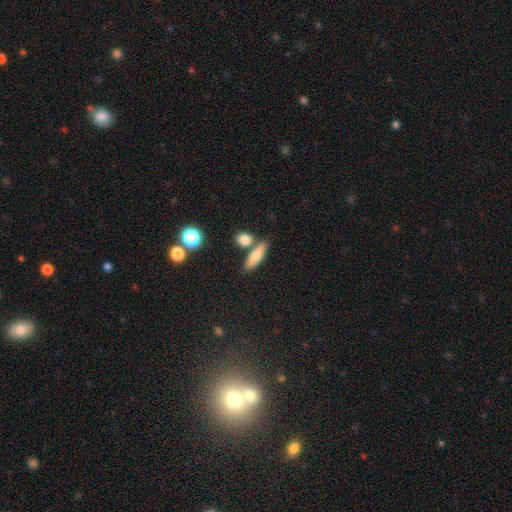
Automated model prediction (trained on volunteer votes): A smooth galaxy with no disk features (76%) that is in between round and cigar-shaped (48%). Merging: none (68%).